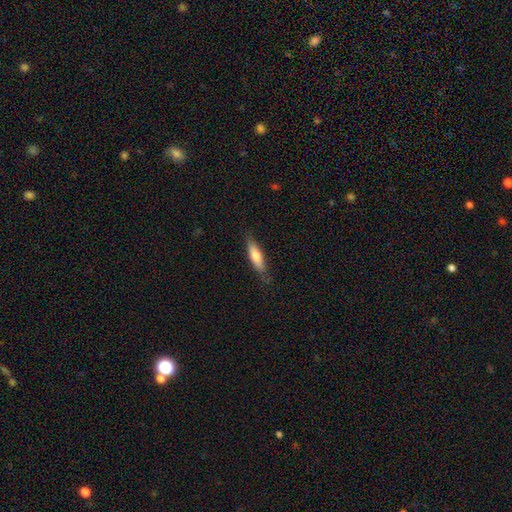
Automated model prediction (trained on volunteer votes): A smooth galaxy with no disk features (70%) that is cigar-shaped (64%). Merging: none (80%).